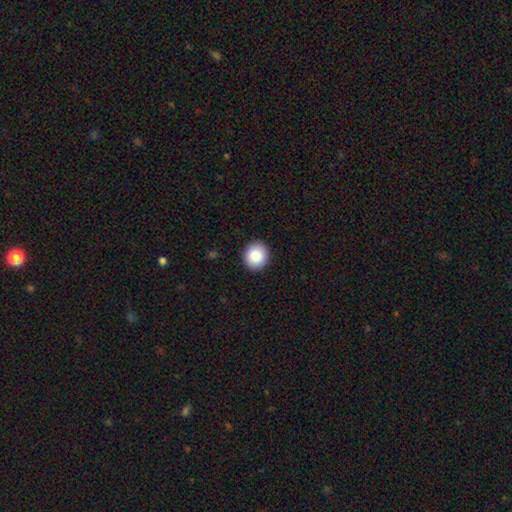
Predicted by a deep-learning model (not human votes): Morphology: type=smooth (88%); roundness=round (87%); merging=none (92%).